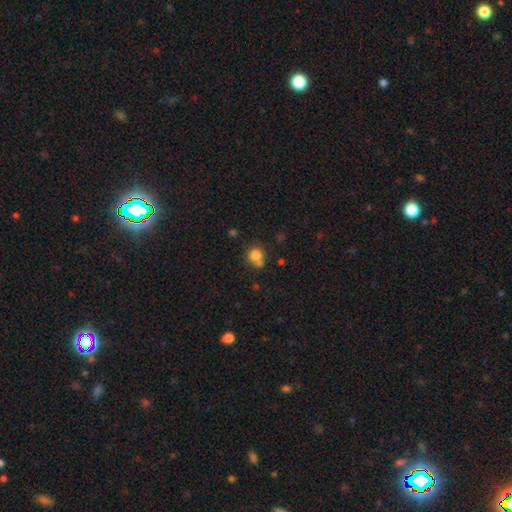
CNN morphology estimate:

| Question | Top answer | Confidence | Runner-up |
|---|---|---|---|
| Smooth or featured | smooth | 80% | star or artifact (12%) |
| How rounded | round | 86% | in between (13%) |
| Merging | none | 58% | merger (24%) |